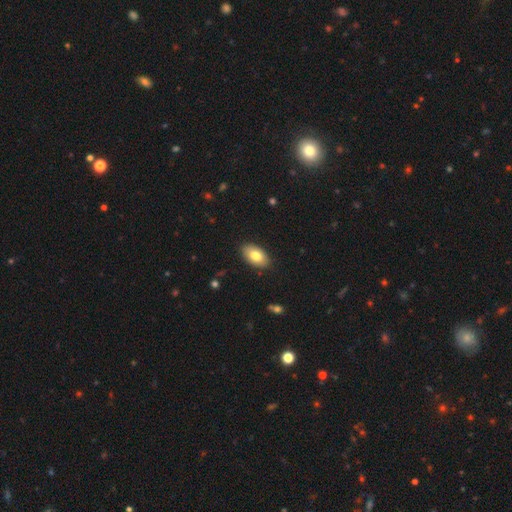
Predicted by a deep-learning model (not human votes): This is likely a smooth galaxy (78%). How rounded: clearly in between (94%). Merging: clearly none (87%).